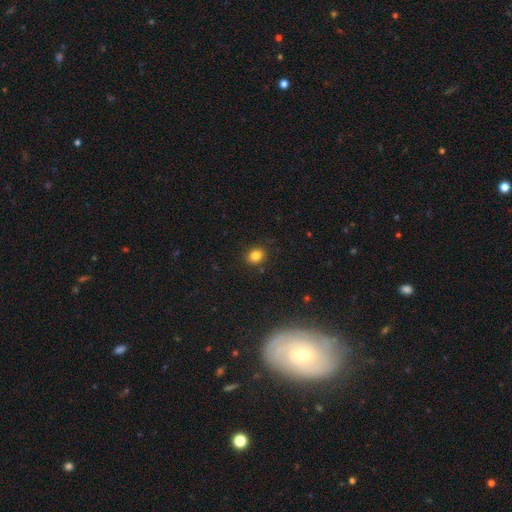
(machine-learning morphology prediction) smooth-or-featured: smooth: 82% | star or artifact: 12% | featured or disk: 6%
  how-rounded: round: 55% | in between: 44% | cigar-shaped: 1%
  merging: none: 88% | minor disturbance: 9% | major disturbance: 2% | merger: 1%